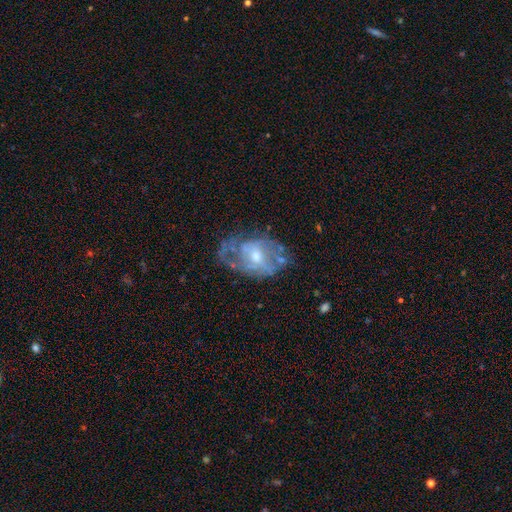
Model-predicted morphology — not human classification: A featured or disk galaxy (77%) with no bar (48%), 2 (45%) medium (42%) spiral arms (72%) and a moderate central bulge (57%). Merging: none (51%).